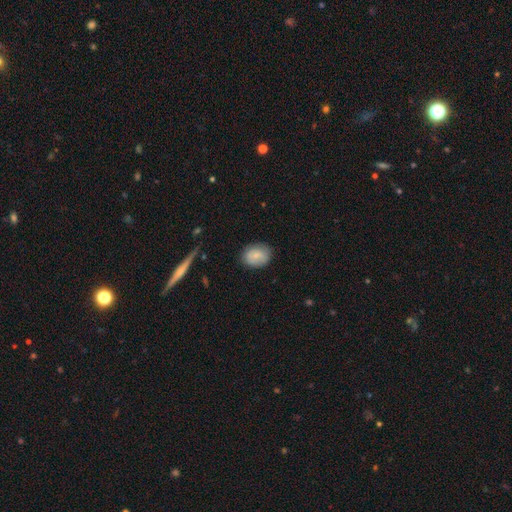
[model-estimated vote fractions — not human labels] This is likely a smooth galaxy (76%). How rounded: likely in between (63%). Merging: clearly none (80%).